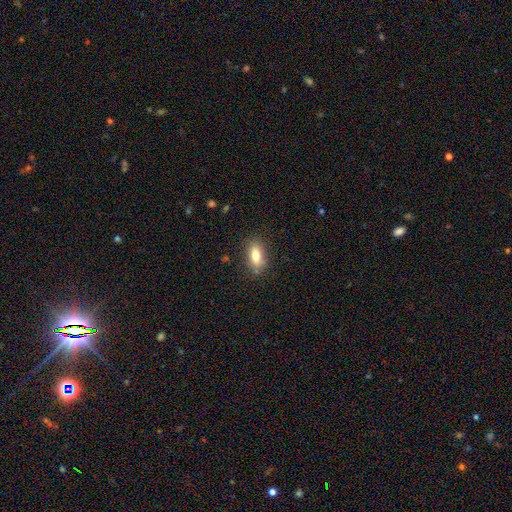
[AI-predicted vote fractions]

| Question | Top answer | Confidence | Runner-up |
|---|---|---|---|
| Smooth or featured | smooth | 77% | featured or disk (14%) |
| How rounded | in between | 84% | cigar-shaped (9%) |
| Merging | none | 82% | minor disturbance (13%) |